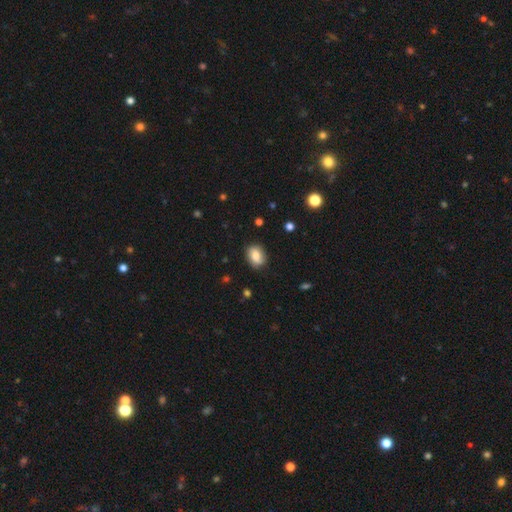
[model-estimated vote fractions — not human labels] A smooth galaxy with no disk features (68%) that is in between round and cigar-shaped (62%). Merging: none (82%).